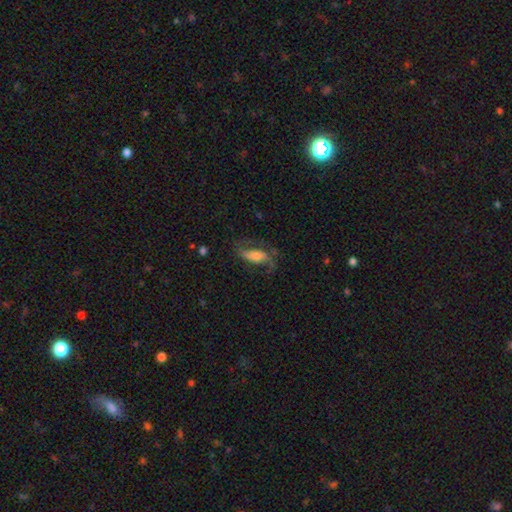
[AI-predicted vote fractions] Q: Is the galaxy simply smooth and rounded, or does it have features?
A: featured or disk — 63%.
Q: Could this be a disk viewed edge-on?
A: no — 90%.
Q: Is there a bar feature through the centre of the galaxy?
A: no — 38%.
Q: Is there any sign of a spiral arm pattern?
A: yes — 89%.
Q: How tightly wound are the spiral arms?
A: loose — 52%.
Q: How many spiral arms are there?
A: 2 — 86%.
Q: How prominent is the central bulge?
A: moderate — 34%.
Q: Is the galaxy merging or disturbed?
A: none — 59%.